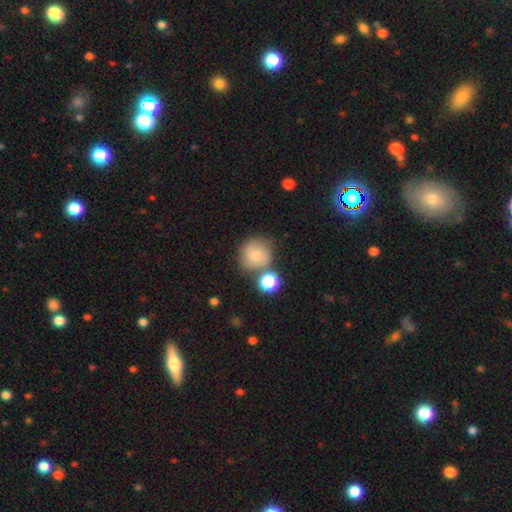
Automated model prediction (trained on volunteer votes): smooth 72%, featured or disk 18%, star or artifact 11%. Down the decision tree: how rounded — round (90%); merging — none (59%).